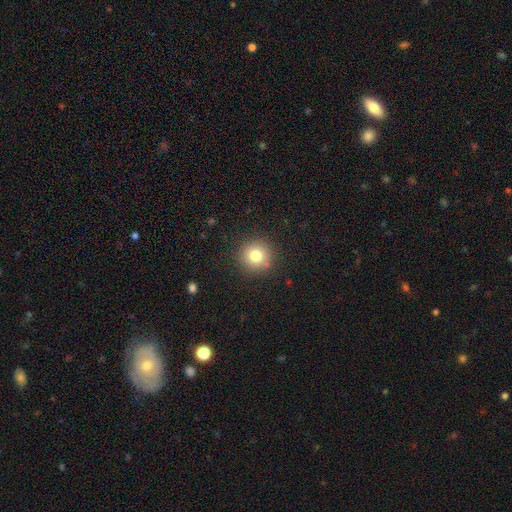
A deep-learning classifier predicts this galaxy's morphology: smooth_or_featured: smooth (p=0.77) [alt: star or artifact p=0.13]
how_rounded: round (p=0.94) [alt: in between p=0.05]
merging: none (p=0.89) [alt: minor disturbance p=0.07]